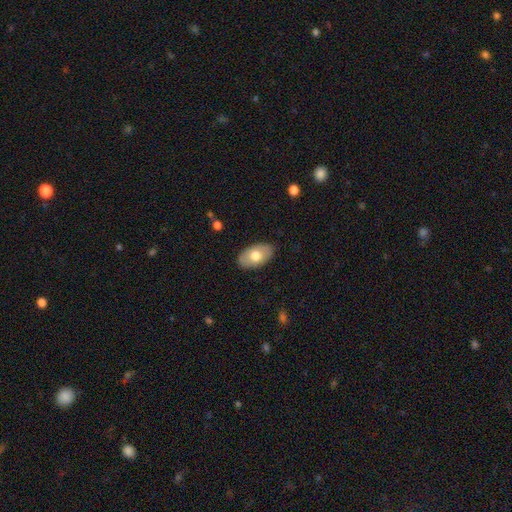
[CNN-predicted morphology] type=smooth (69%); roundness=in between (94%); merging=none (86%).